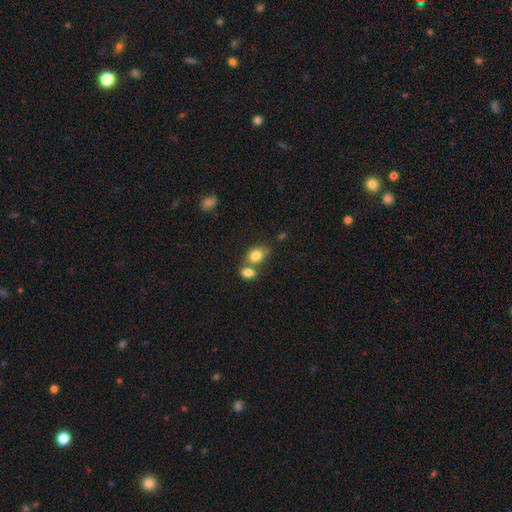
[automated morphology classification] smooth_or_featured: smooth (p=0.82) [alt: featured or disk p=0.09]
how_rounded: in between (p=0.61) [alt: round p=0.37]
merging: none (p=0.42) [alt: merger p=0.41]